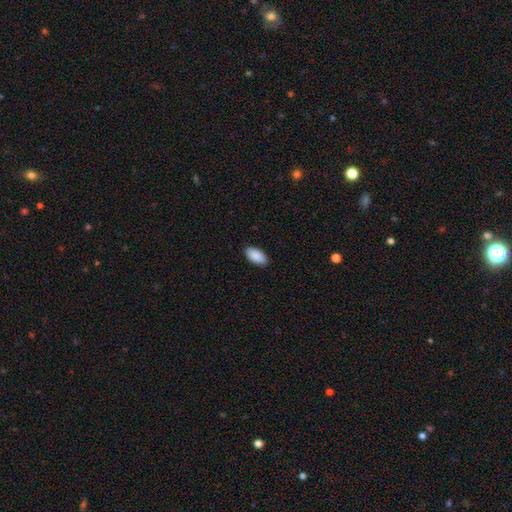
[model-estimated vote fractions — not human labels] smooth_or_featured: smooth (p=0.91) [alt: star or artifact p=0.06]
how_rounded: in between (p=0.95) [alt: cigar-shaped p=0.03]
merging: none (p=0.89) [alt: minor disturbance p=0.08]